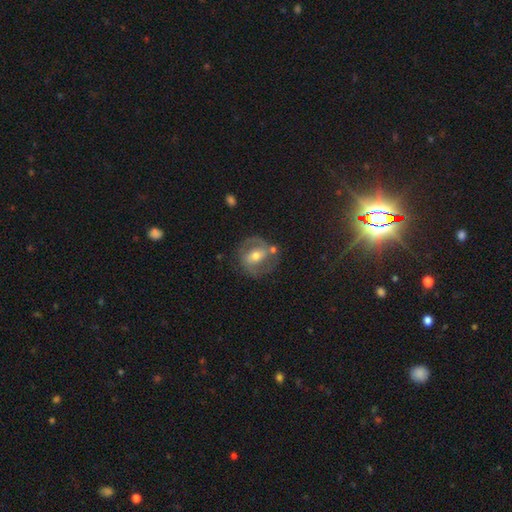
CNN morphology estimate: featured or disk 69%, smooth 24%, star or artifact 7%. Down the decision tree: edge-on disk — no (96%); bar — weak (39%); spiral arms — yes (75%); bulge size — moderate (68%); merging — none (68%).